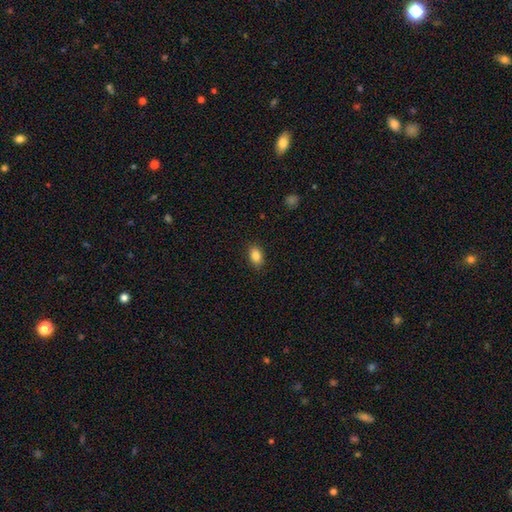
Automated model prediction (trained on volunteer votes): Q: Smooth or featured?
A: smooth (86%); runner-up: star or artifact (9%)
Q: How rounded?
A: in between (86%); runner-up: round (12%)
Q: Merging?
A: none (88%); runner-up: minor disturbance (9%)